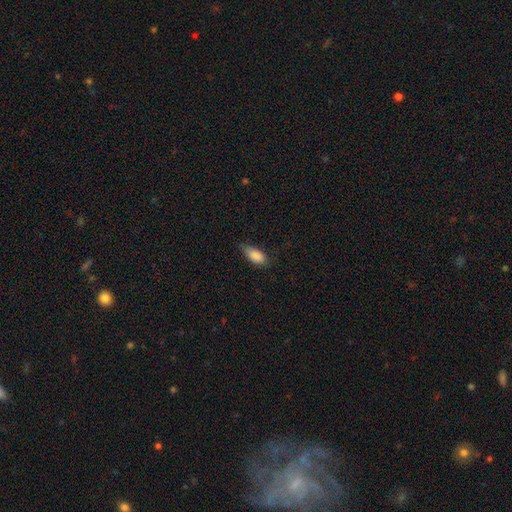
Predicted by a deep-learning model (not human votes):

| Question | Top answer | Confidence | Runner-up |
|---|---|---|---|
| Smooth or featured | smooth | 88% | star or artifact (7%) |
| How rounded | in between | 86% | cigar-shaped (11%) |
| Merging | none | 66% | minor disturbance (28%) |